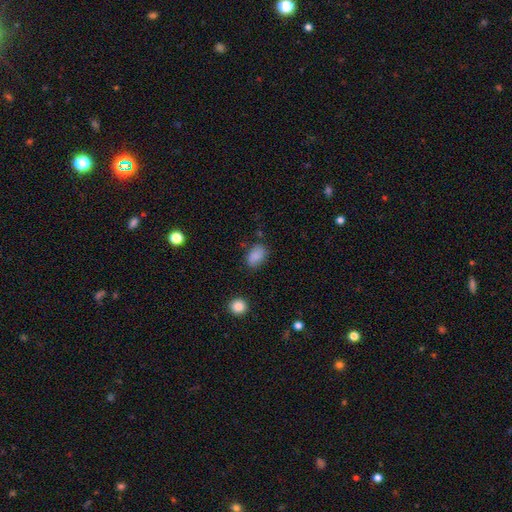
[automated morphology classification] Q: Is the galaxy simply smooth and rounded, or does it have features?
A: smooth — 86%.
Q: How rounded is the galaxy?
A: in between — 85%.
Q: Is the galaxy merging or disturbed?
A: none — 75%.